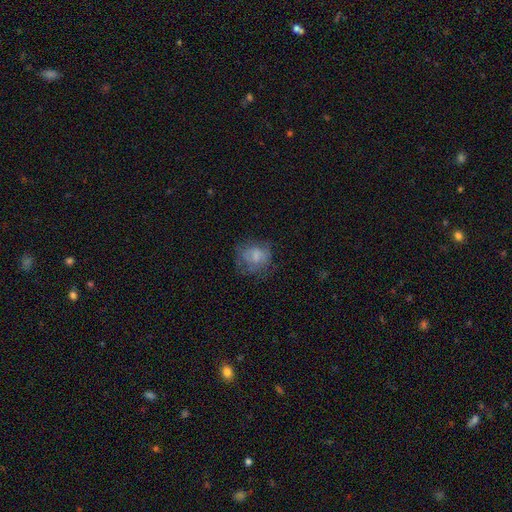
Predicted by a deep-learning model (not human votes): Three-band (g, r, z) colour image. It shows a smooth galaxy with no disk features (61%) that is round (70%). Merging: none (57%).